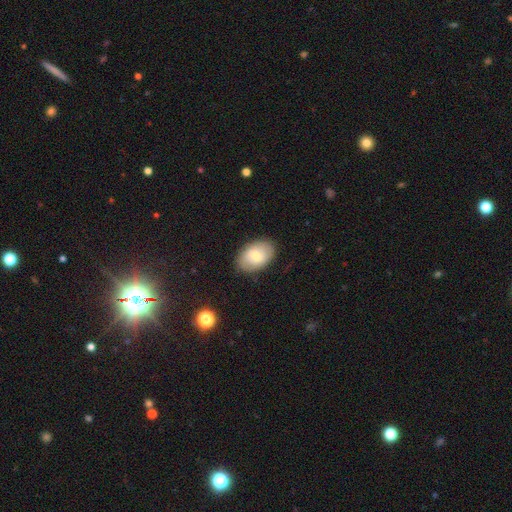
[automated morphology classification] type=smooth (53%); roundness=in between (86%); merging=none (84%).